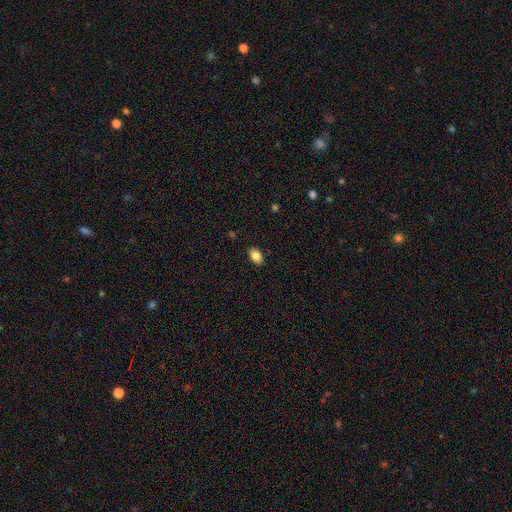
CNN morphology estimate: Smooth or featured: smooth — 85% (star or artifact — 9%)
How rounded: in between — 86% (round — 13%)
Merging: none — 87% (minor disturbance — 10%)